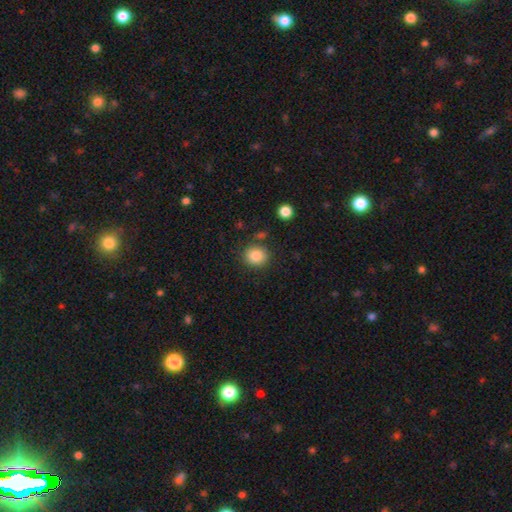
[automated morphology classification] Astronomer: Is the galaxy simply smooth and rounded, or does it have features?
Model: smooth — 86%.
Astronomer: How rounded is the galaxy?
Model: round — 81%.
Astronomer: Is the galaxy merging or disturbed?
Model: none — 82%.